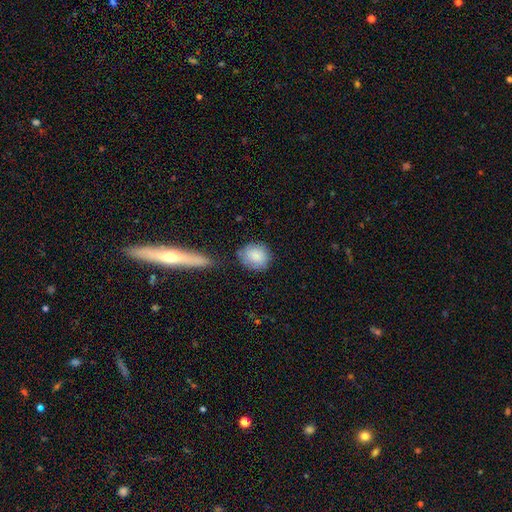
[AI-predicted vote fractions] Morphology: type=smooth (86%); roundness=round (71%); merging=none (69%).